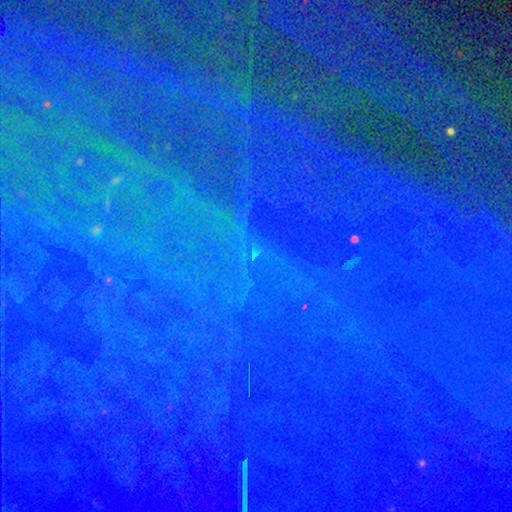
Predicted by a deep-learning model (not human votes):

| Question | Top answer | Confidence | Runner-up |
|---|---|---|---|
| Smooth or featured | star or artifact | 87% | featured or disk (6%) |